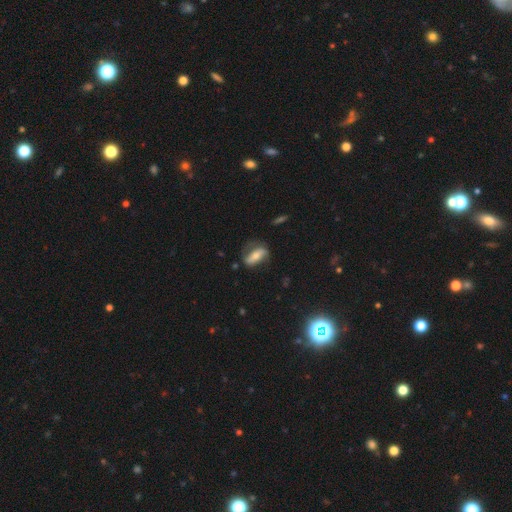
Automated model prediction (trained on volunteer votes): featured or disk 47%, smooth 46%, star or artifact 7%. Down the decision tree: merging — none (58%).